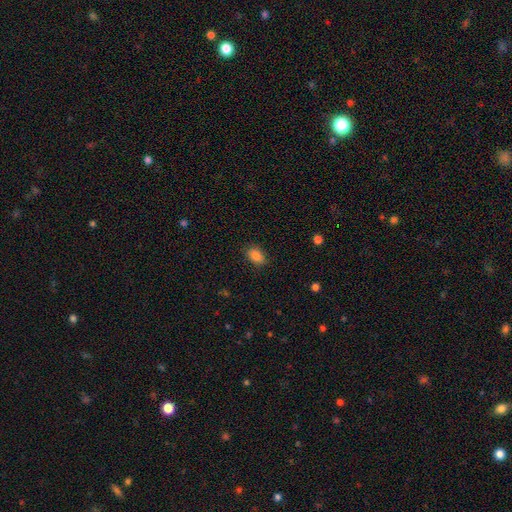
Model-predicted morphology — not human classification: Smooth or featured? Predicted: smooth (p=0.86). How rounded? Predicted: in between (p=0.81). Merging? Predicted: none (p=0.84).